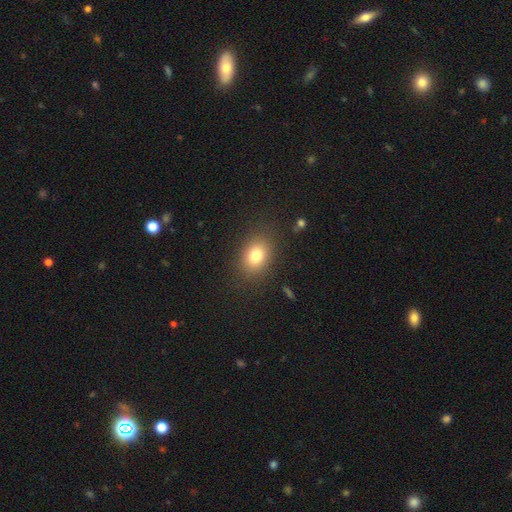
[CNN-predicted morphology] smooth-or-featured: smooth: 78% | star or artifact: 11% | featured or disk: 10%
  how-rounded: in between: 64% | round: 34% | cigar-shaped: 1%
  merging: none: 84% | minor disturbance: 10% | major disturbance: 4% | merger: 1%